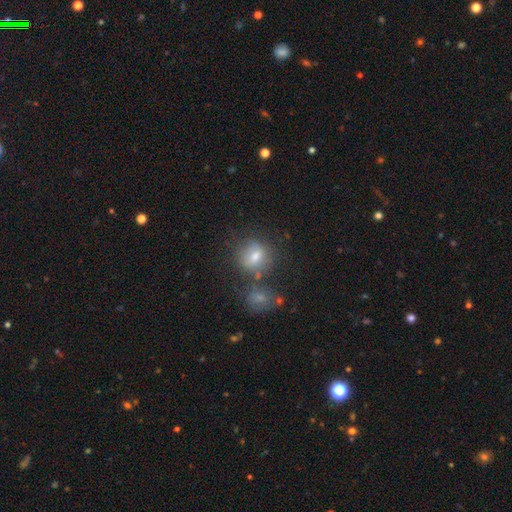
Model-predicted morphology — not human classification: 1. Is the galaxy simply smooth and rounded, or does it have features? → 67% smooth, 19% featured or disk, 15% star or artifact.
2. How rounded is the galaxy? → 73% round, 25% in between, 1% cigar-shaped.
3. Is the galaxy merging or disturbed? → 62% none, 17% merger, 15% minor disturbance, 6% major disturbance.